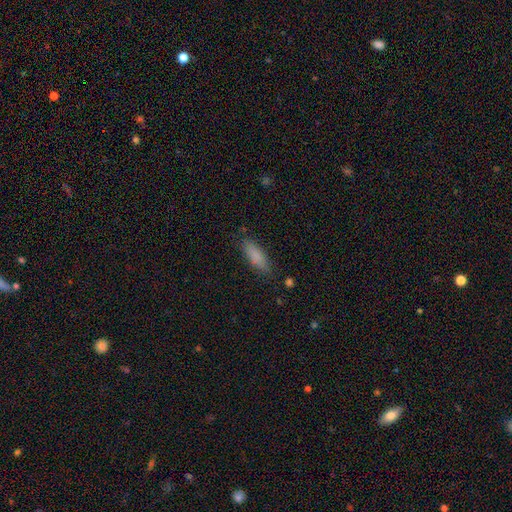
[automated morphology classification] smooth 84%, featured or disk 8%, star or artifact 8%. Down the decision tree: how rounded — in between (51%); merging — none (82%).